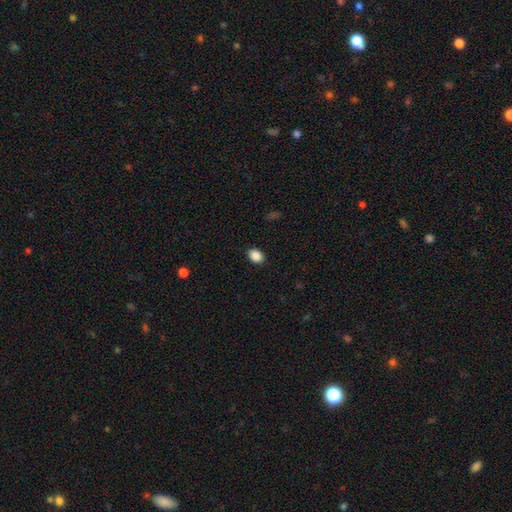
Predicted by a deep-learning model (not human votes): Smooth or featured? smooth (88%)
How rounded? in between (73%)
Merging? none (88%)